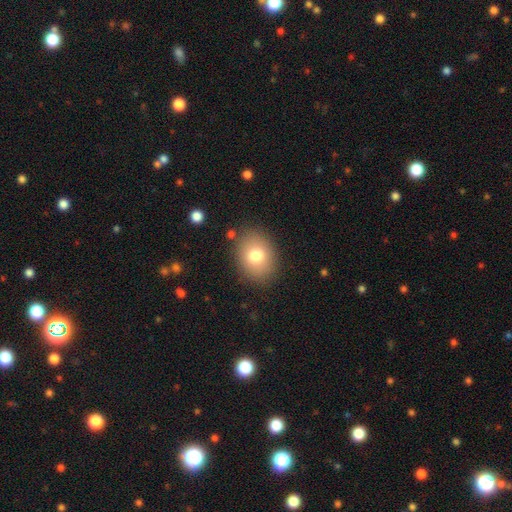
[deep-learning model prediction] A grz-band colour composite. It shows a smooth galaxy with no disk features (76%) that is in between round and cigar-shaped (58%). Merging: none (84%).